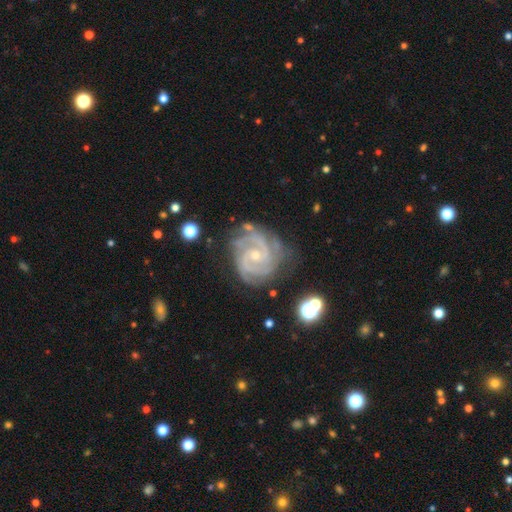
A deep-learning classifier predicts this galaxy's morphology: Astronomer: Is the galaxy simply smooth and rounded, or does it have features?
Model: featured or disk — 92%.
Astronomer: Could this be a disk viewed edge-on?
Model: no — 98%.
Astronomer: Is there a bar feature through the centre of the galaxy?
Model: no — 61%.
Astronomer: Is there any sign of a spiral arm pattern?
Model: yes — 98%.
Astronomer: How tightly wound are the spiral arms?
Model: tight — 67%.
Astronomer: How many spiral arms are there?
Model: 2 — 39% (runner-up: 3, 34%).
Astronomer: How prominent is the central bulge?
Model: small — 68%.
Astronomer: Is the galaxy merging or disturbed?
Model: none — 69%.